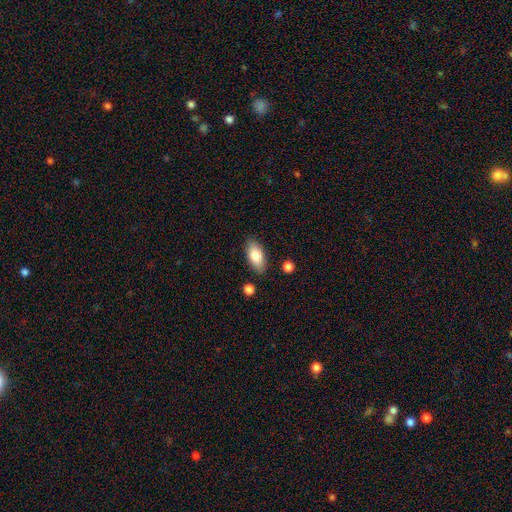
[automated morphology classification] Smooth or featured?
  - smooth: 81% *
  - featured or disk: 13%
  - star or artifact: 7%
How rounded?
  - in between: 90% *
  - cigar-shaped: 7%
  - round: 3%
Merging?
  - none: 85% *
  - minor disturbance: 11%
  - merger: 2%
  - major disturbance: 2%